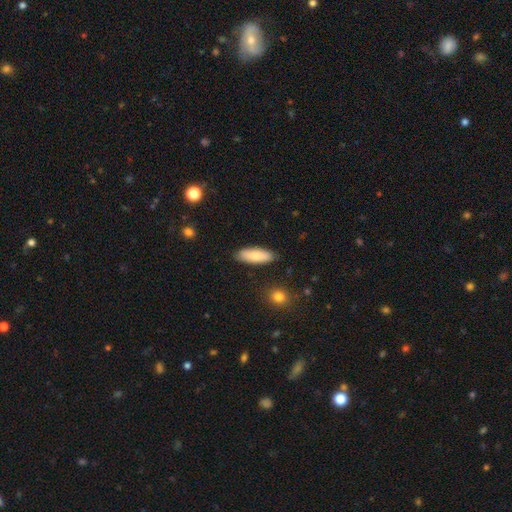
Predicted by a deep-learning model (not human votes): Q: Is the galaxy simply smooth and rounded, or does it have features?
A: smooth — 80%.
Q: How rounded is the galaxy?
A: in between — 65%.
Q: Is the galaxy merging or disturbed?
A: none — 85%.